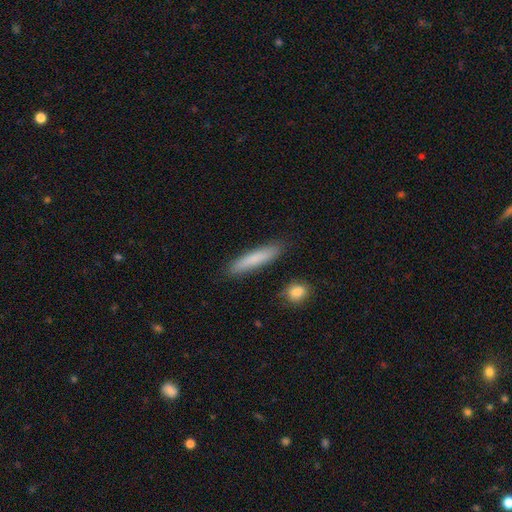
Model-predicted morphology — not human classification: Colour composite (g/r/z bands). It shows a smooth galaxy with no disk features (72%) that is cigar-shaped (91%). Merging: none (87%).